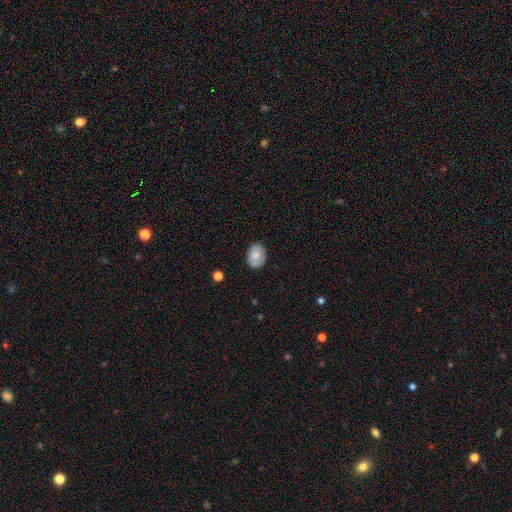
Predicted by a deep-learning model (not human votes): Smooth or featured?
  - smooth: 76% *
  - featured or disk: 17%
  - star or artifact: 7%
How rounded?
  - in between: 73% *
  - round: 26%
  - cigar-shaped: 1%
Merging?
  - none: 83% *
  - minor disturbance: 13%
  - major disturbance: 3%
  - merger: 1%